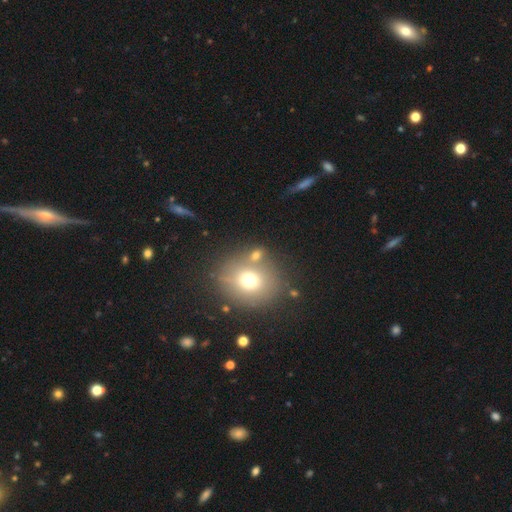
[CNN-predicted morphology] This is likely a smooth galaxy (66%). How rounded: likely round (70%). Merging: likely none (64%).